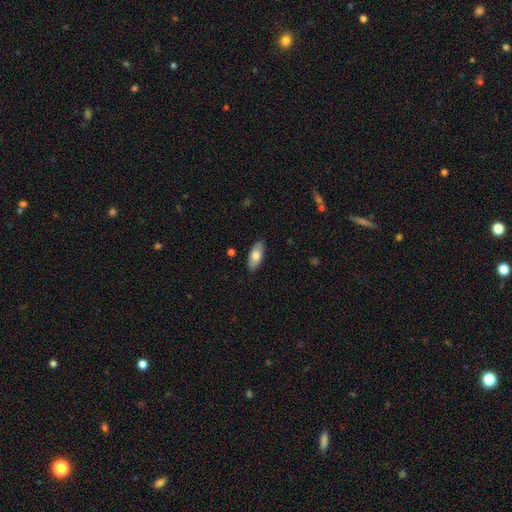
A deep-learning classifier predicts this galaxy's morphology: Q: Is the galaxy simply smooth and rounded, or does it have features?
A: smooth — 77%.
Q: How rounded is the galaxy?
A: in between — 87%.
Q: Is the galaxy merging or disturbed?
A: none — 87%.